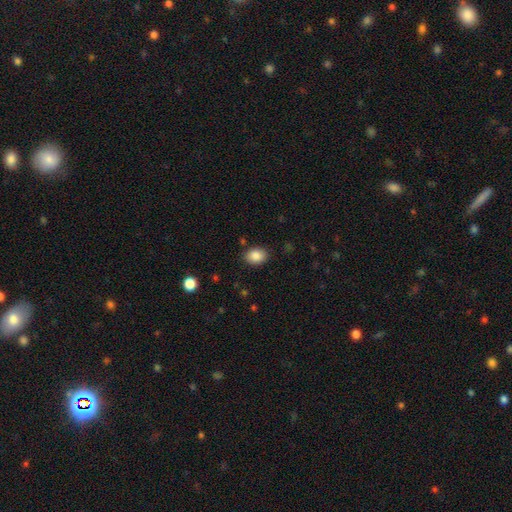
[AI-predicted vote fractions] Morphology: type=smooth (87%); roundness=in between (68%); merging=none (86%).